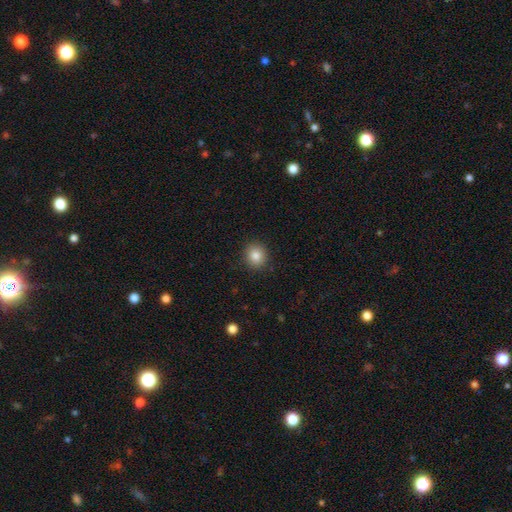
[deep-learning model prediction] smooth_or_featured: smooth (p=0.84) [alt: star or artifact p=0.10]
how_rounded: round (p=0.84) [alt: in between p=0.16]
merging: none (p=0.90) [alt: minor disturbance p=0.07]